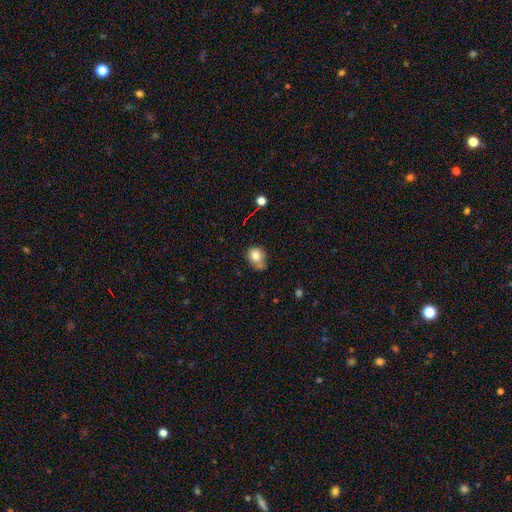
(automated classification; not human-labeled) A smooth galaxy with no disk features (80%) that is round (68%). Merging: none (52%).